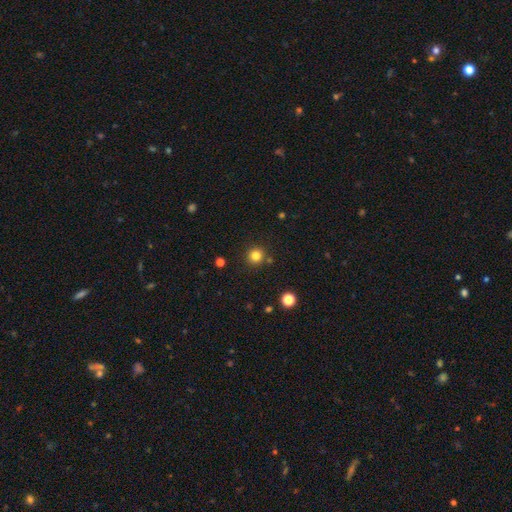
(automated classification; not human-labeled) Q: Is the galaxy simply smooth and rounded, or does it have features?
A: smooth — 81%.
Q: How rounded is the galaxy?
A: round — 95%.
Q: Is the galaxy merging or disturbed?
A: none — 88%.